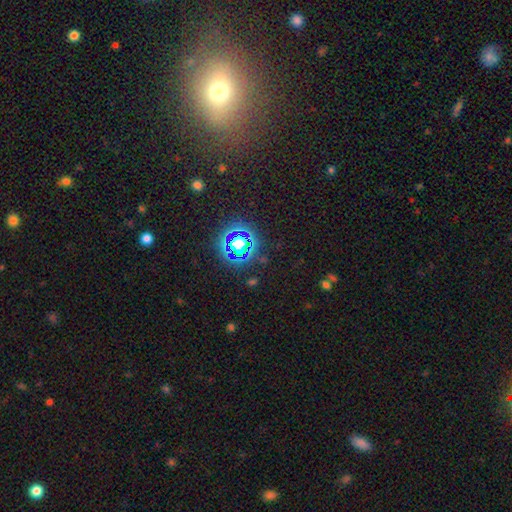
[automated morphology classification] smooth_or_featured: star or artifact (p=0.73) [alt: smooth p=0.17]